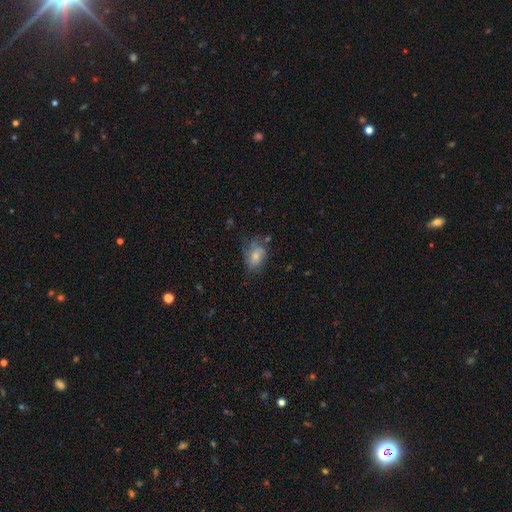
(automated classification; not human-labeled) Q: Smooth or featured?
A: smooth (65%); runner-up: featured or disk (26%)
Q: How rounded?
A: in between (79%); runner-up: round (19%)
Q: Merging?
A: none (54%); runner-up: minor disturbance (29%)